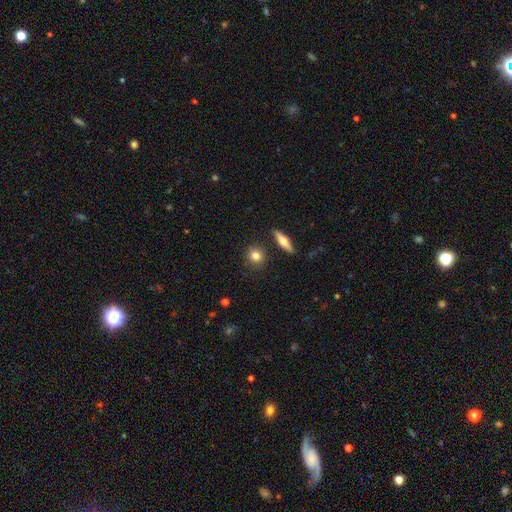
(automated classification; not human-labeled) Smooth or featured: smooth — 78% (featured or disk — 14%)
How rounded: round — 82% (in between — 15%)
Merging: none — 86% (minor disturbance — 8%)